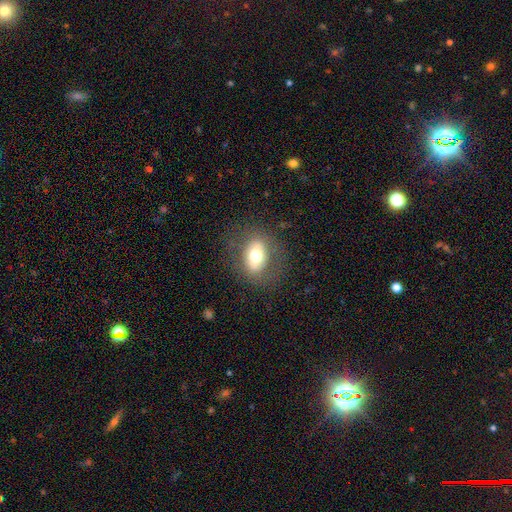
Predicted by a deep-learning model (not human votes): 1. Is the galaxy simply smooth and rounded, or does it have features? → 59% smooth, 31% featured or disk, 10% star or artifact.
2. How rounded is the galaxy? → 70% in between, 29% round, 2% cigar-shaped.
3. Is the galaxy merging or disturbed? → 77% none, 13% minor disturbance, 8% major disturbance, 1% merger.